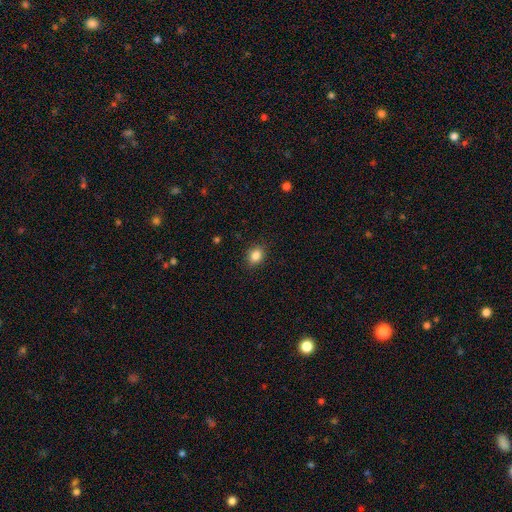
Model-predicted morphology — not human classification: Q: Smooth or featured?
A: smooth (85%); runner-up: star or artifact (10%)
Q: How rounded?
A: in between (52%); runner-up: round (47%)
Q: Merging?
A: none (88%); runner-up: minor disturbance (9%)